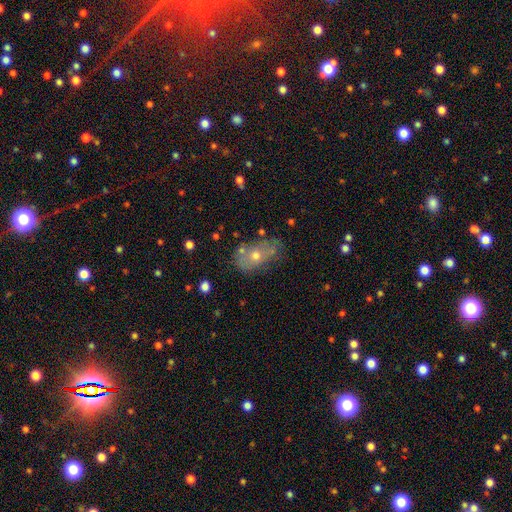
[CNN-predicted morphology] Smooth or featured? Predicted: smooth (p=0.55). How rounded? Predicted: in between (p=0.81). Merging? Predicted: none (p=0.55).